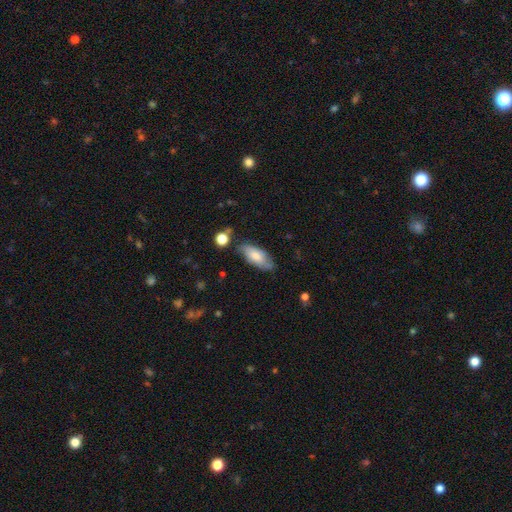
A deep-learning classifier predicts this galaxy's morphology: type=smooth (68%); roundness=in between (83%); merging=none (71%).